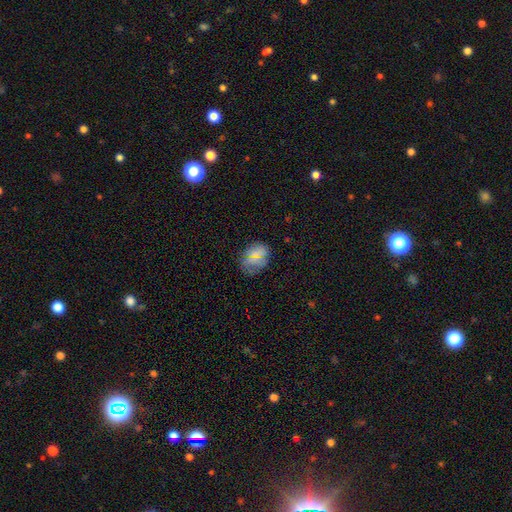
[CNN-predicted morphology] Q: Smooth or featured?
A: smooth (68%); runner-up: star or artifact (20%)
Q: How rounded?
A: in between (68%); runner-up: round (31%)
Q: Merging?
A: none (67%); runner-up: minor disturbance (22%)